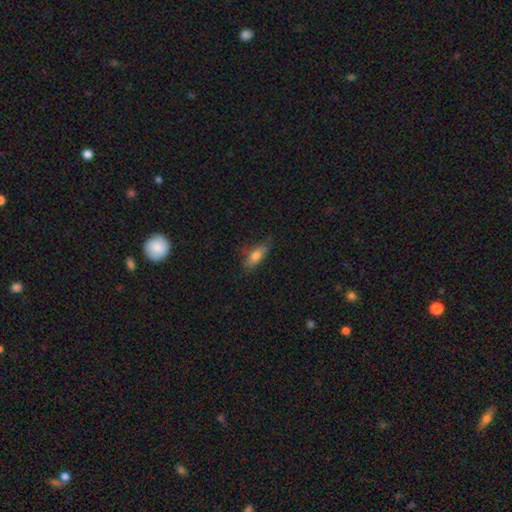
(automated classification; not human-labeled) This appears to be a smooth galaxy with no disk features (74%) that is in between round and cigar-shaped (69%). Merging: none (69%).